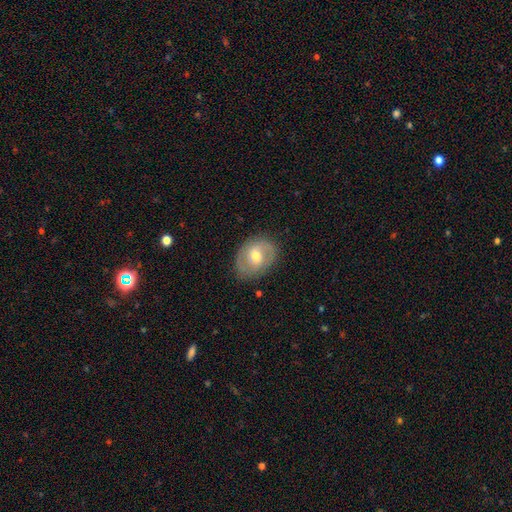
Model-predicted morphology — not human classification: Smooth or featured?
  - featured or disk: 59% *
  - smooth: 34%
  - star or artifact: 7%
Edge-on disk?
  - no: 95% *
  - yes: 5%
Bar?
  - weak: 44% *
  - no: 42%
  - strong: 14%
Spiral arms?
  - yes: 70% *
  - no: 30%
Bulge size?
  - moderate: 64% *
  - small: 29%
  - large: 4%
  - none: 1%
  - dominant: 1%
Merging?
  - none: 78% *
  - minor disturbance: 15%
  - major disturbance: 5%
  - merger: 1%